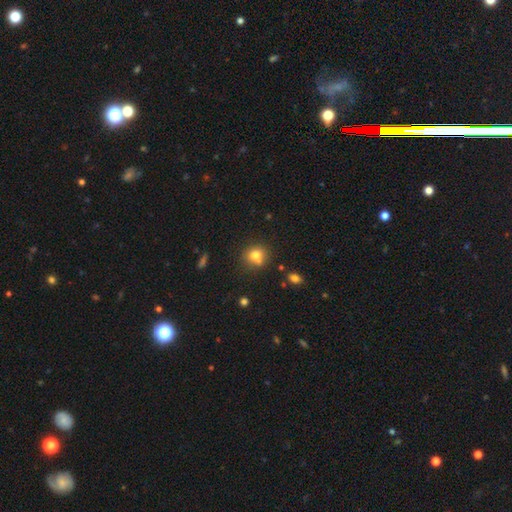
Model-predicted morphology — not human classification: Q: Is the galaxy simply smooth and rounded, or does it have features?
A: smooth — 75%.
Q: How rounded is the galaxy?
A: round — 79%.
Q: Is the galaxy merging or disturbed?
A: none — 64%.